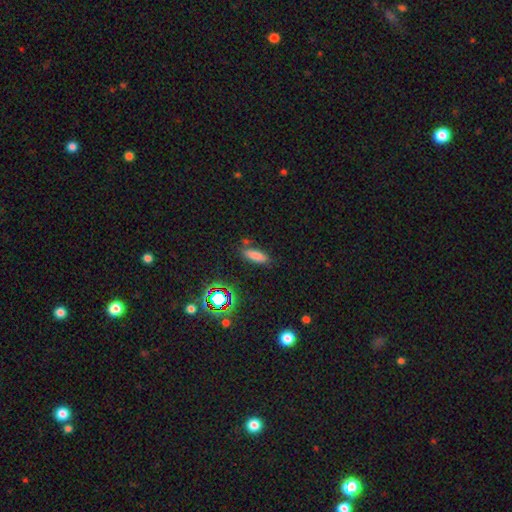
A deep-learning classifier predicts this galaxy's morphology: Overall: smooth (76%). How rounded: in between (59%; cigar-shaped 38%). Merging: none (76%).